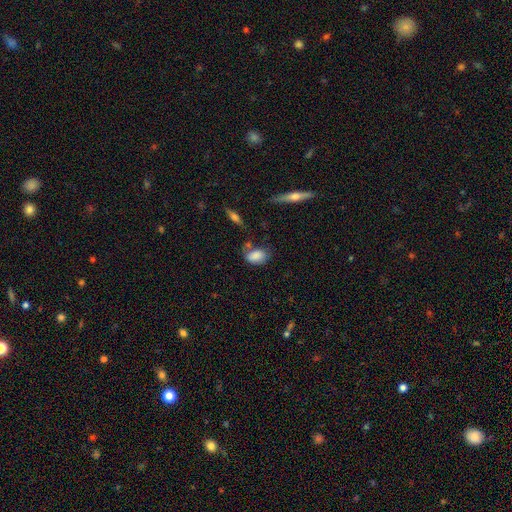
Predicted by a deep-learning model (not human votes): Smooth or featured: smooth — 83% (featured or disk — 8%)
How rounded: in between — 85% (round — 13%)
Merging: none — 55% (minor disturbance — 25%)